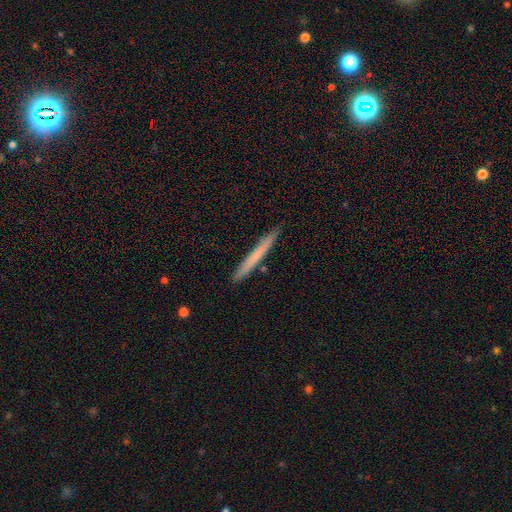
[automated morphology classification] The model was most divided on "smooth or featured": smooth: 64%, featured or disk: 31%, star or artifact: 5%. More confident: how rounded — cigar-shaped (97%); merging — none (90%).